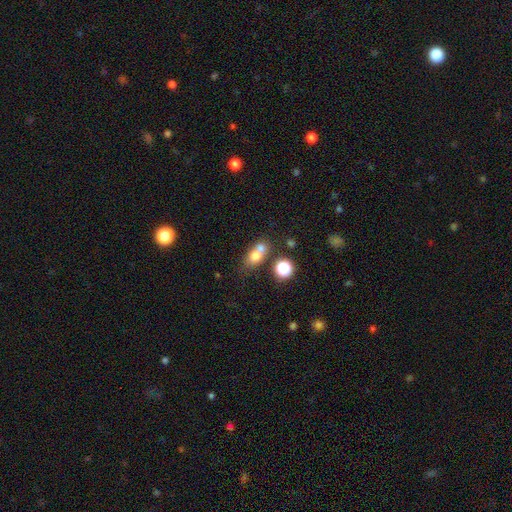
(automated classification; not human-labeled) Morphology: type=smooth (70%); roundness=in between (49%); merging=merger (53%).